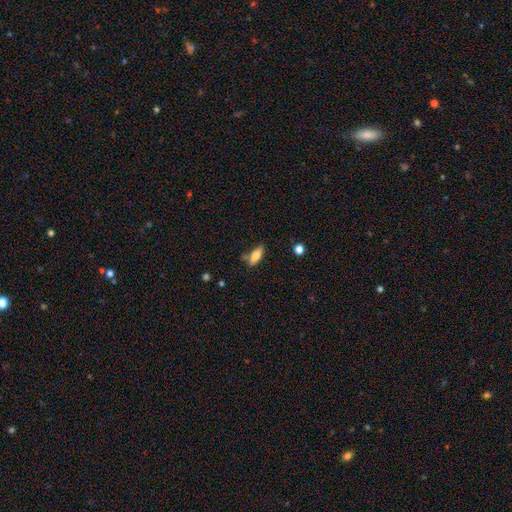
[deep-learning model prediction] Smooth or featured? smooth (76%)
How rounded? in between (75%)
Merging? none (72%)